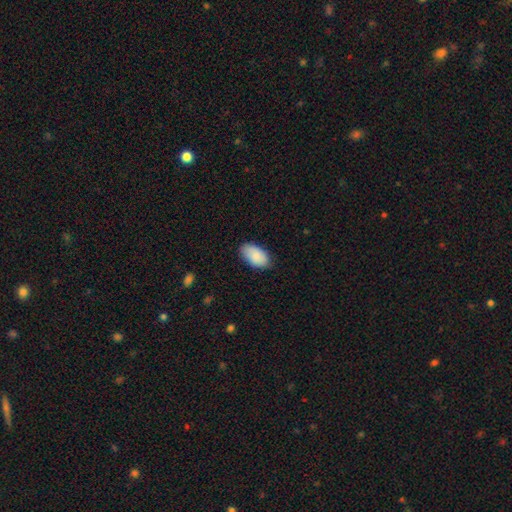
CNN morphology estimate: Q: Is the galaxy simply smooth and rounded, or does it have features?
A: smooth — 88%.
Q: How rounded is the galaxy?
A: in between — 95%.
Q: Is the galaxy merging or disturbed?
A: none — 81%.